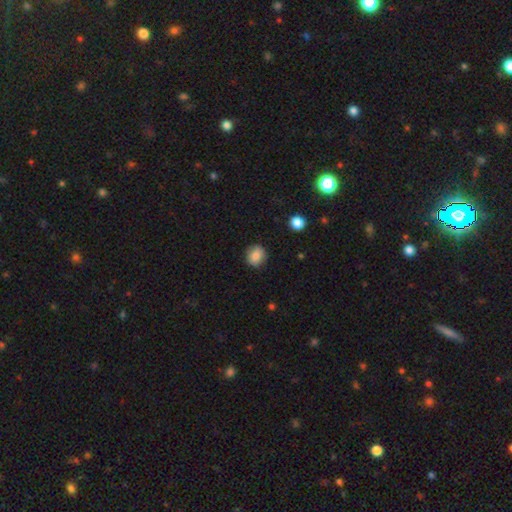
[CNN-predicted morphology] smooth-or-featured: smooth: 82% | star or artifact: 9% | featured or disk: 9%
  how-rounded: round: 78% | in between: 21% | cigar-shaped: 1%
  merging: none: 86% | minor disturbance: 10% | major disturbance: 2% | merger: 1%